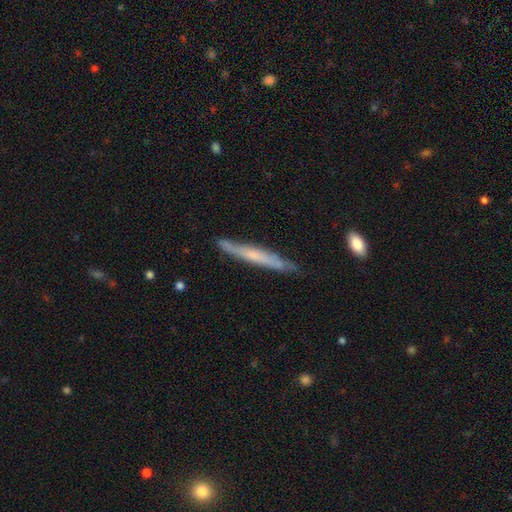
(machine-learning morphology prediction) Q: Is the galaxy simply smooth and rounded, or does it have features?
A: featured or disk — 52%.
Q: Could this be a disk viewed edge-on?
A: yes — 91%.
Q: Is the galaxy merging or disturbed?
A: none — 80%.